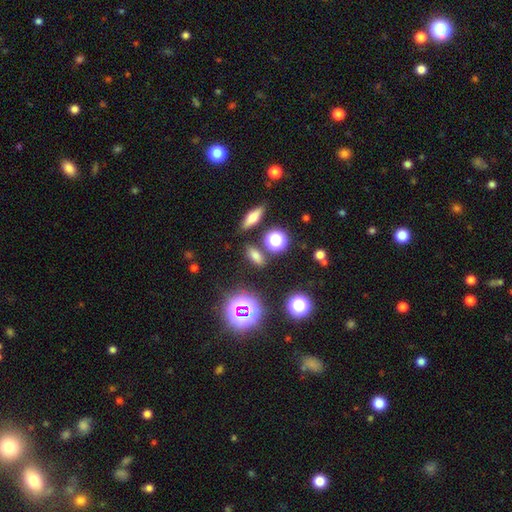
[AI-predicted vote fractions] This appears to be a smooth galaxy with no disk features (64%) that is in between round and cigar-shaped (66%). Merging: none (82%).